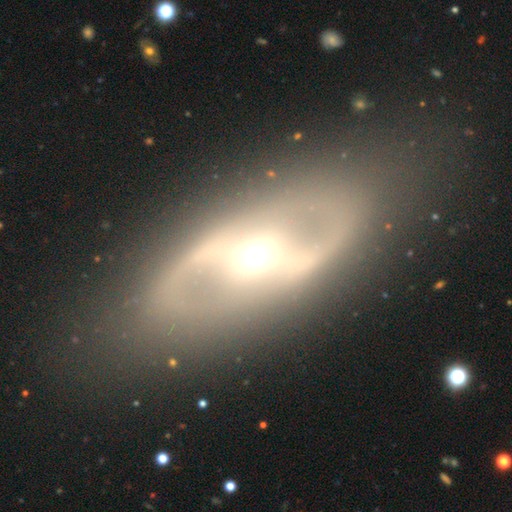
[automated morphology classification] type=featured or disk (81%); edge-on=no (89%); bar=strong (35%); spiral arms=yes (70%); winding=medium (41%); arm count=2 (82%); bulge=small (67%); merging=none (76%).